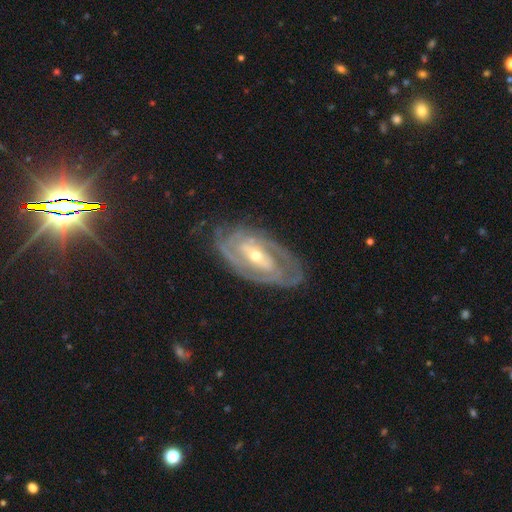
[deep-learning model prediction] The model was most divided on "bulge size" (2-way tie): small: 48%, moderate: 48%, large: 2%, none: 1%, dominant: 1%. Remaining: edge-on disk — no (94%); spiral arms — yes (91%); smooth or featured — featured or disk (88%); merging — none (72%); spiral winding — tight (66%); spiral arm count — 2 (47%); bar — weak (35%).